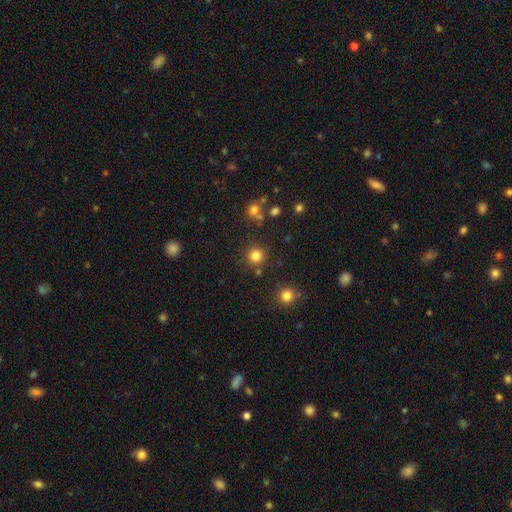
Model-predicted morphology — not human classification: Q: Smooth or featured?
A: smooth (82%); runner-up: star or artifact (14%)
Q: How rounded?
A: round (94%); runner-up: in between (5%)
Q: Merging?
A: none (85%); runner-up: minor disturbance (7%)